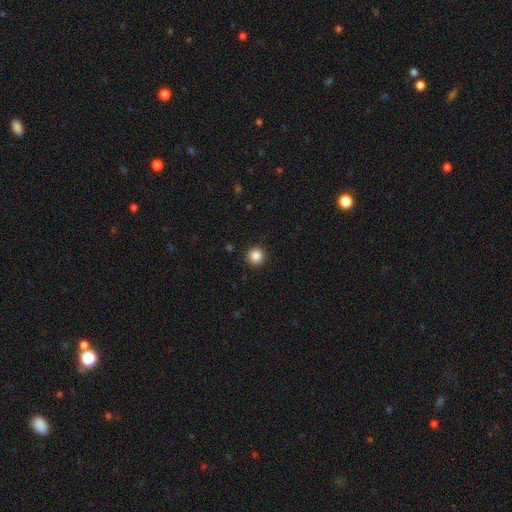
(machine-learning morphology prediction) Overall: smooth (86%). How rounded: round (96%). Merging: none (92%).